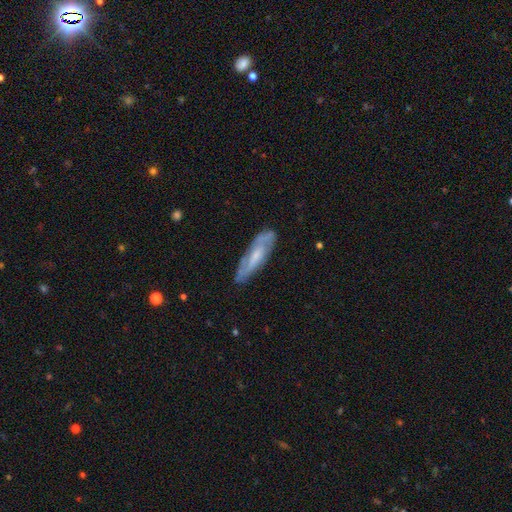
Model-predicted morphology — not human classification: Smooth or featured?
  - featured or disk: 64% *
  - smooth: 29%
  - star or artifact: 7%
Edge-on disk?
  - no: 71% *
  - yes: 29%
Merging?
  - none: 78% *
  - minor disturbance: 16%
  - major disturbance: 4%
  - merger: 1%